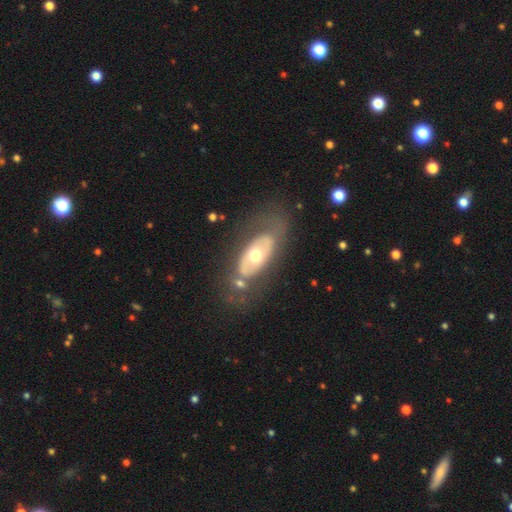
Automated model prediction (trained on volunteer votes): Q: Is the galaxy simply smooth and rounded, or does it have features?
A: featured or disk — 62%.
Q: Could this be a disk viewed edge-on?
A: no — 88%.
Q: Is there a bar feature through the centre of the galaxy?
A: no — 86%.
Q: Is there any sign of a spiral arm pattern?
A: no — 79%.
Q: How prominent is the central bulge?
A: moderate — 71%.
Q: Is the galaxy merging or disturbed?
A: none — 69%.